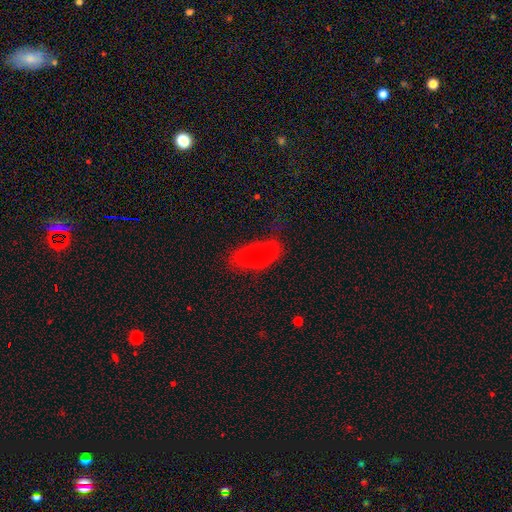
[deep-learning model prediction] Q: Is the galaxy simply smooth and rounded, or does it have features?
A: smooth — 64%.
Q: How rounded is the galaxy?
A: in between — 75%.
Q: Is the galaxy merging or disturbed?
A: none — 64%.